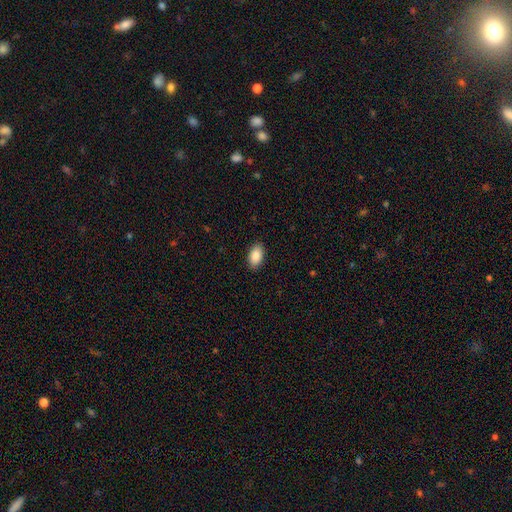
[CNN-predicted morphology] This is clearly a smooth galaxy (89%). How rounded: clearly in between (94%). Merging: clearly none (89%).